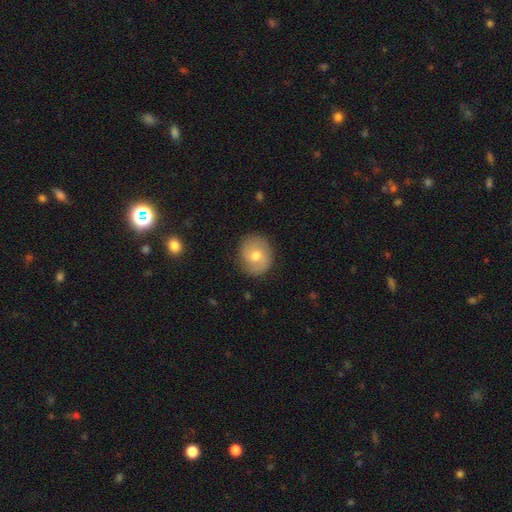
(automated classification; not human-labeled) Q: Smooth or featured?
A: smooth (57%); runner-up: featured or disk (36%)
Q: How rounded?
A: round (83%); runner-up: in between (16%)
Q: Merging?
A: none (85%); runner-up: minor disturbance (11%)